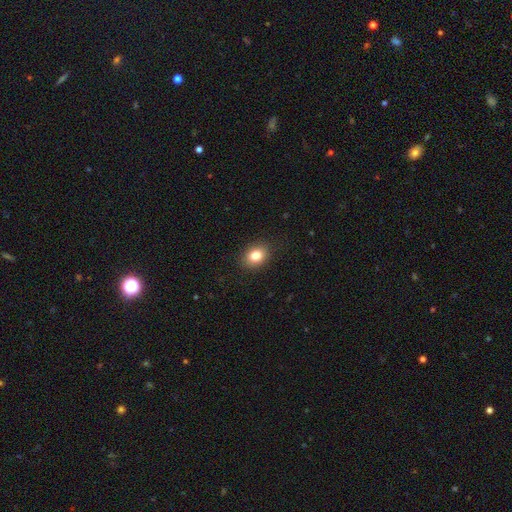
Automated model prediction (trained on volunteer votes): Morphology: type=smooth (82%); roundness=in between (55%); merging=none (87%).